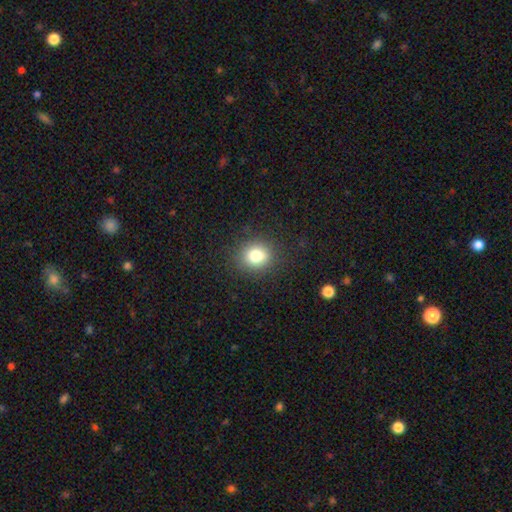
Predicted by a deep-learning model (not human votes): A smooth galaxy with no disk features (79%) that is round (77%).

Vote fractions:
- Smooth or featured? smooth: 79% / star or artifact: 13% / featured or disk: 8%
- How rounded? round: 77% / in between: 22% / cigar-shaped: 1%
- Merging? none: 87% / minor disturbance: 8% / major disturbance: 3% / merger: 1%